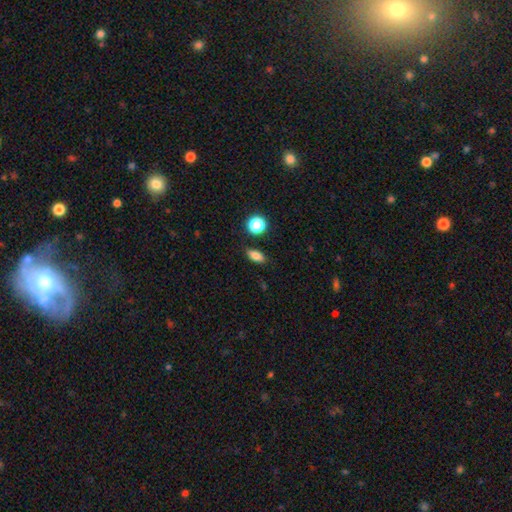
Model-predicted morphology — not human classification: Smooth or featured? Predicted: smooth (p=0.81). How rounded? Predicted: in between (p=0.79). Merging? Predicted: none (p=0.82).